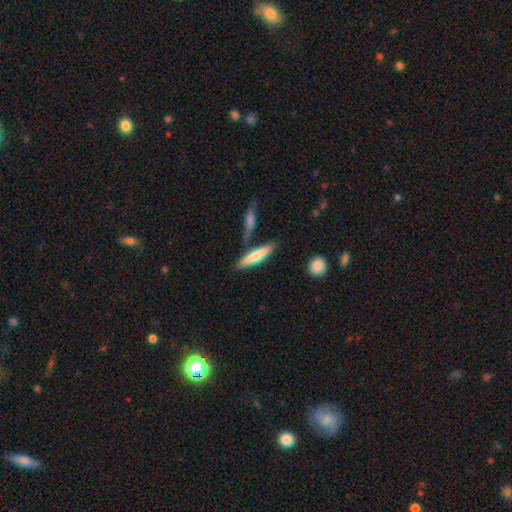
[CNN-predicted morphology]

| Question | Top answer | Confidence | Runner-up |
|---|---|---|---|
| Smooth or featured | smooth | 66% | featured or disk (28%) |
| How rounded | cigar-shaped | 79% | in between (19%) |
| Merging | none | 70% | merger (14%) |